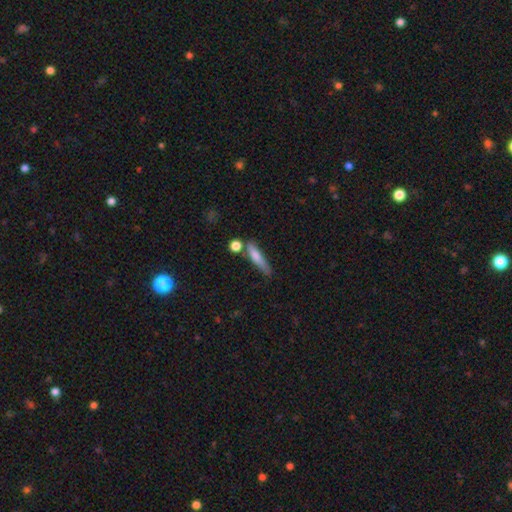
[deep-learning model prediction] Smooth or featured? Predicted: smooth (p=0.71). How rounded? Predicted: cigar-shaped (p=0.80). Merging? Predicted: none (p=0.57).